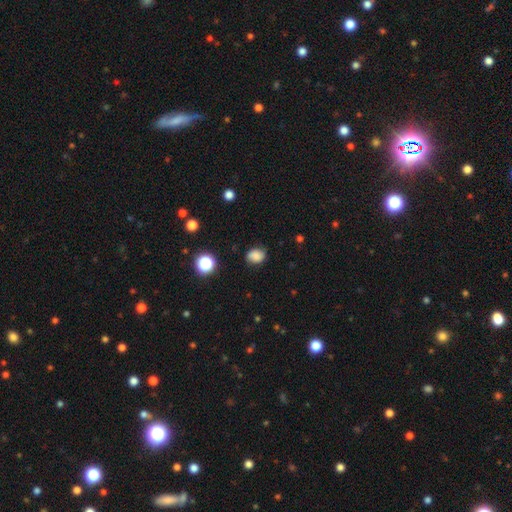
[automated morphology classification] smooth 80%, star or artifact 12%, featured or disk 8%. Down the decision tree: how rounded — in between (53%); merging — none (77%).